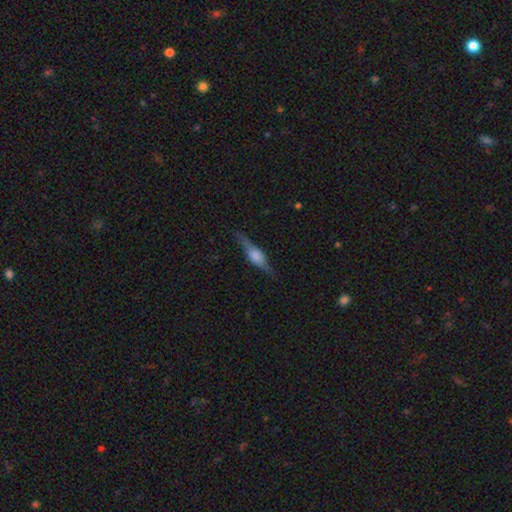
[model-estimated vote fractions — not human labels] This is likely a featured or disk galaxy (66%). It is clearly viewed edge-on (96%). Edge-on bulge: likely rounded (77%). Merging: clearly none (83%).